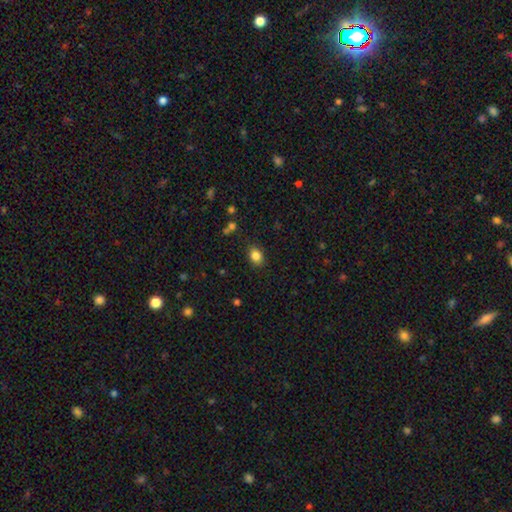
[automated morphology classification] Smooth or featured? Predicted: smooth (p=0.84). How rounded? Predicted: in between (p=0.63). Merging? Predicted: none (p=0.84).